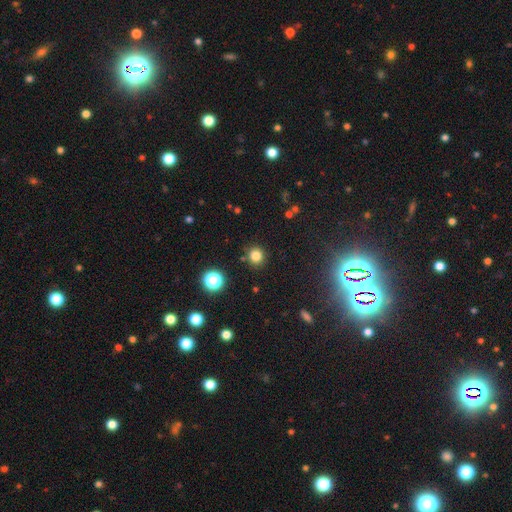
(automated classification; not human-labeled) smooth_or_featured: smooth (p=0.80) [alt: star or artifact p=0.15]
how_rounded: round (p=0.89) [alt: in between p=0.10]
merging: none (p=0.86) [alt: minor disturbance p=0.08]